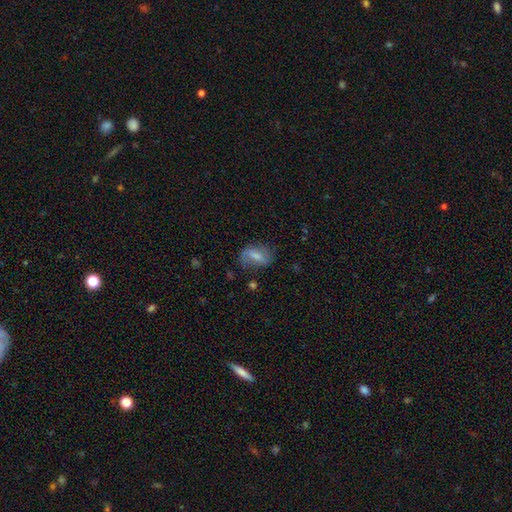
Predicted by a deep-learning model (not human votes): Morphology: type=smooth (49%); merging=none (62%).